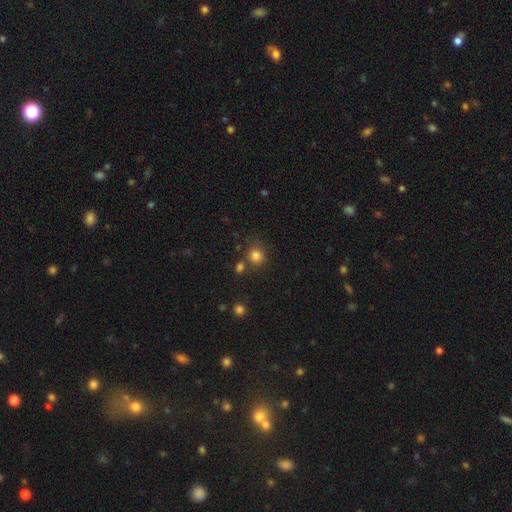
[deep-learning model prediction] Smooth or featured?
  - smooth: 82% *
  - star or artifact: 13%
  - featured or disk: 5%
How rounded?
  - round: 82% *
  - in between: 17%
  - cigar-shaped: 1%
Merging?
  - none: 70% *
  - merger: 14%
  - minor disturbance: 11%
  - major disturbance: 5%